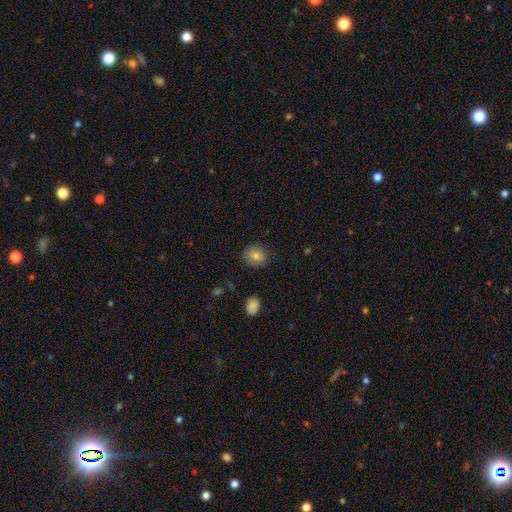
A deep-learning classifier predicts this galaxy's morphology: smooth 81%, star or artifact 11%, featured or disk 8%. Down the decision tree: how rounded — round (79%); merging — none (86%).